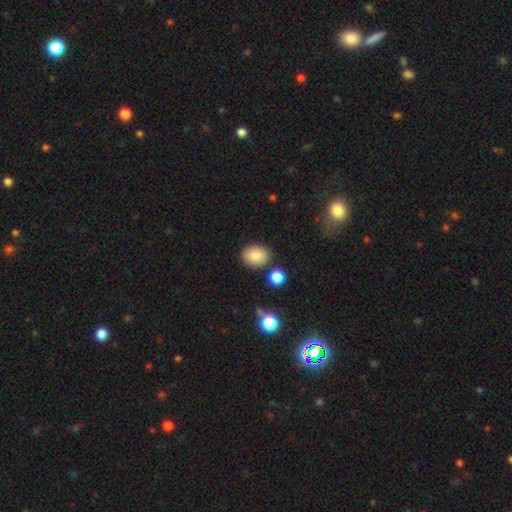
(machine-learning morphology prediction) A smooth galaxy with no disk features (84%) that is in between round and cigar-shaped (51%). Merging: none (82%).